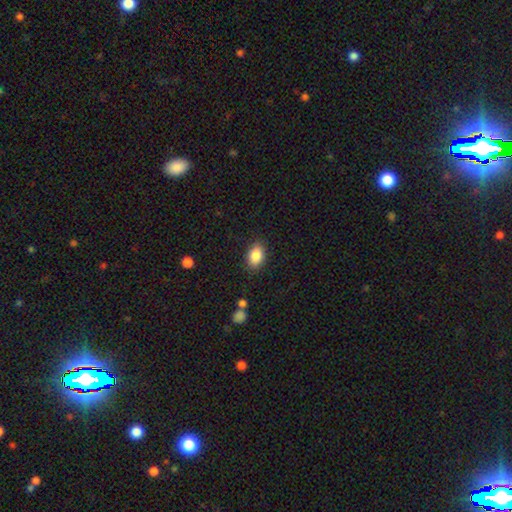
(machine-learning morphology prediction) Smooth or featured? smooth (86%)
How rounded? in between (86%)
Merging? none (85%)